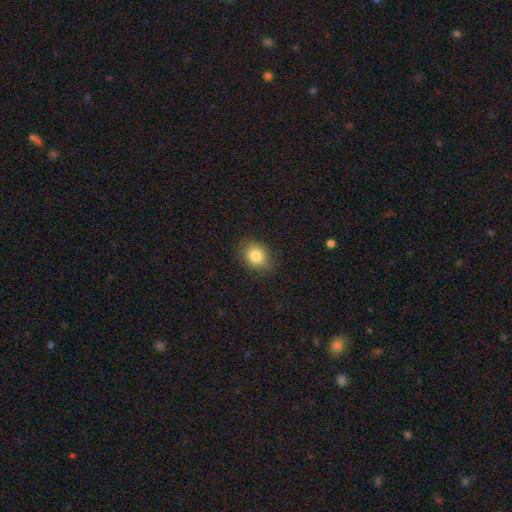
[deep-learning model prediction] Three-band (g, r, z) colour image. It shows a smooth galaxy with no disk features (83%) that is round (54%). Merging: none (82%).